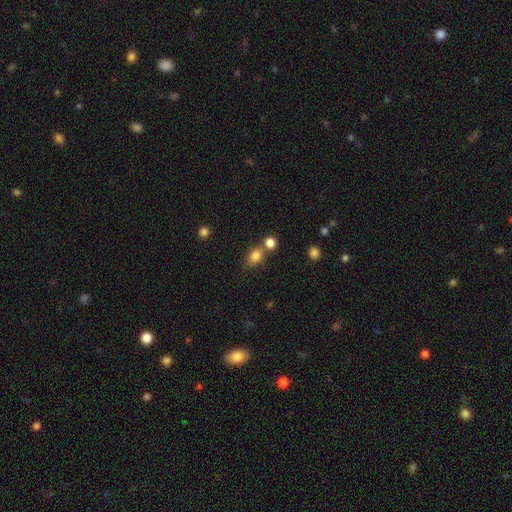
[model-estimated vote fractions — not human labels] Q: Smooth or featured?
A: smooth (82%); runner-up: star or artifact (11%)
Q: How rounded?
A: in between (62%); runner-up: round (36%)
Q: Merging?
A: none (56%); runner-up: merger (28%)